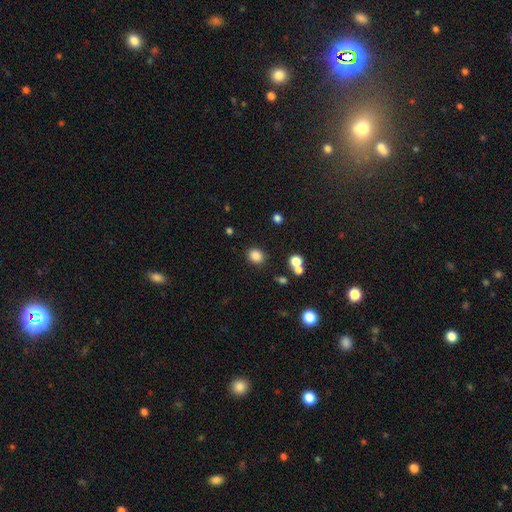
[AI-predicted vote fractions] Smooth or featured? smooth (84%)
How rounded? round (67%)
Merging? none (84%)